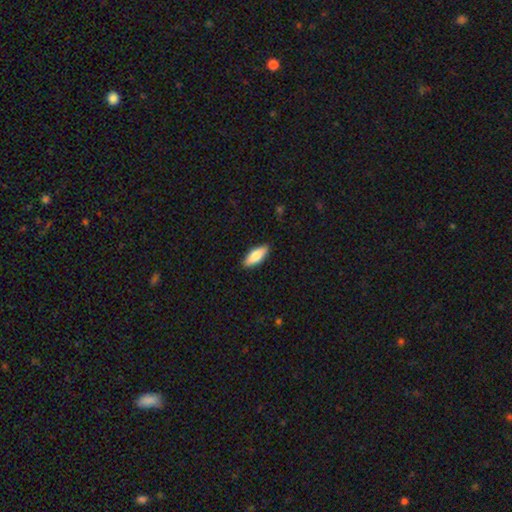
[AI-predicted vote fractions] smooth_or_featured: smooth (p=0.80) [alt: featured or disk p=0.15]
how_rounded: in between (p=0.75) [alt: cigar-shaped p=0.23]
merging: none (p=0.89) [alt: minor disturbance p=0.09]